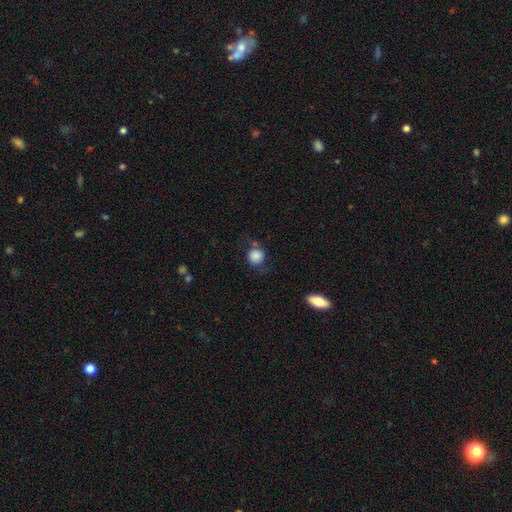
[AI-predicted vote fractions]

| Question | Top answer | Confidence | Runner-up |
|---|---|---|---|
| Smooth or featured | smooth | 78% | featured or disk (13%) |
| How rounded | round | 88% | in between (11%) |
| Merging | none | 63% | minor disturbance (19%) |